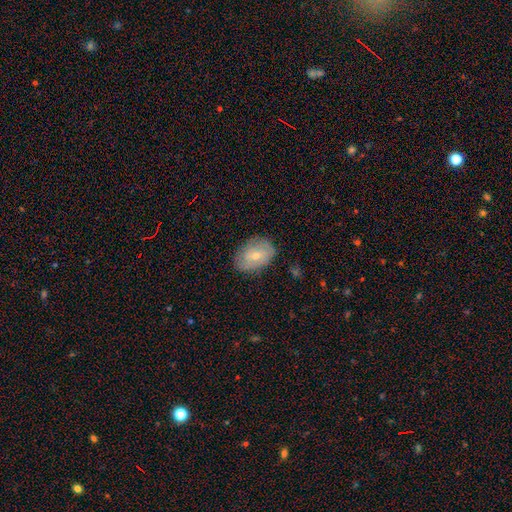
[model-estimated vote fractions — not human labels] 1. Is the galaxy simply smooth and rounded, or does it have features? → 57% smooth, 36% featured or disk, 7% star or artifact.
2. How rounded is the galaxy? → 80% in between, 19% round, 1% cigar-shaped.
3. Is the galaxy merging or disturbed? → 76% none, 19% minor disturbance, 4% major disturbance, 1% merger.